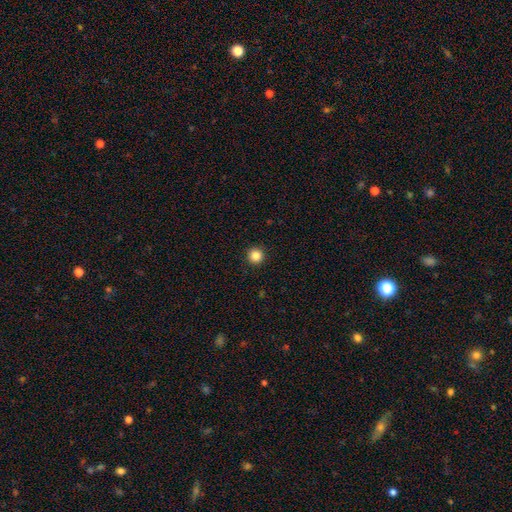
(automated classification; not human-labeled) Smooth or featured? smooth (85%)
How rounded? round (96%)
Merging? none (94%)